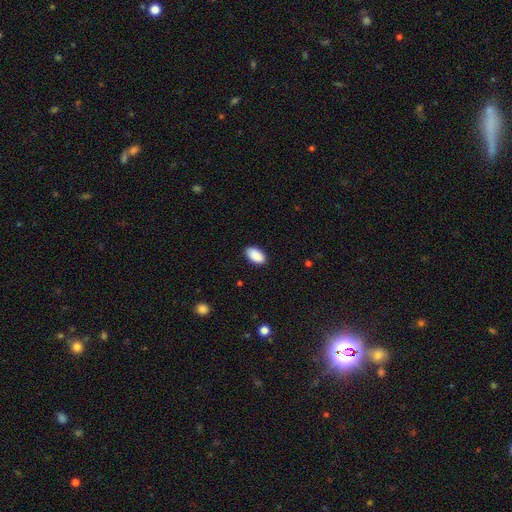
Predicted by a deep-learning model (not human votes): This is clearly a smooth galaxy (90%). How rounded: clearly in between (95%). Merging: clearly none (87%).